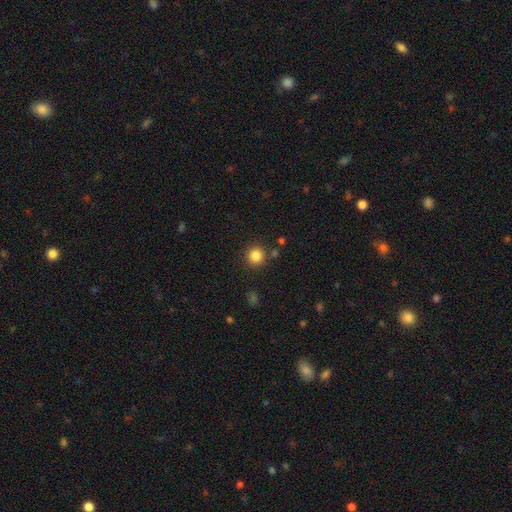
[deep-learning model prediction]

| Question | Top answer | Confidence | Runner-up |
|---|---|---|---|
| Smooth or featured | smooth | 84% | star or artifact (11%) |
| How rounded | round | 93% | in between (6%) |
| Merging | none | 86% | minor disturbance (7%) |